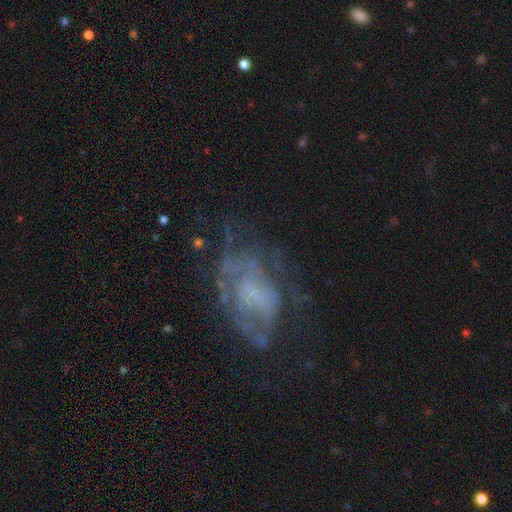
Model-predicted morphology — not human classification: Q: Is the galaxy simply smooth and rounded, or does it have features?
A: featured or disk — 62%.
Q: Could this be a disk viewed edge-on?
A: no — 95%.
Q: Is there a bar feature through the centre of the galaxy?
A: no — 73%.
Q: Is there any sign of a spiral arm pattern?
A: yes — 57%.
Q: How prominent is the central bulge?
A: none — 40%.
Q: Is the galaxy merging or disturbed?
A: none — 59%.